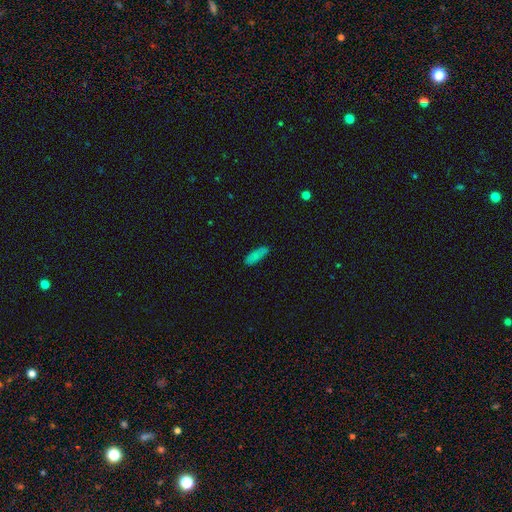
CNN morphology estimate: This is clearly a smooth galaxy (81%). How rounded: likely in between (65%). Merging: likely none (74%).